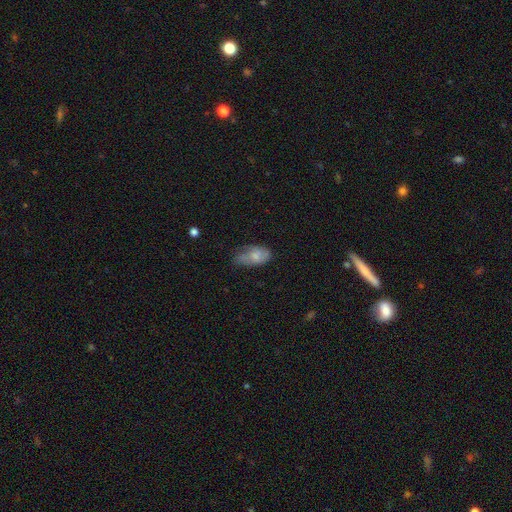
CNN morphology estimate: Q: Smooth or featured?
A: smooth (70%); runner-up: featured or disk (22%)
Q: How rounded?
A: in between (92%); runner-up: round (4%)
Q: Merging?
A: minor disturbance (40%); runner-up: none (39%)